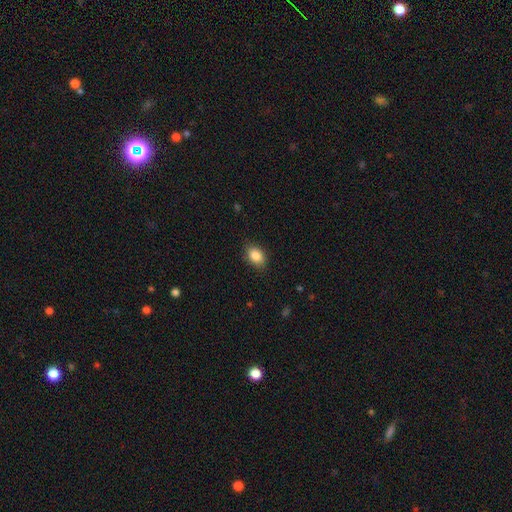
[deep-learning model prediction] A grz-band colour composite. It shows a smooth galaxy with no disk features (86%) that is in between round and cigar-shaped (80%). Merging: none (85%).